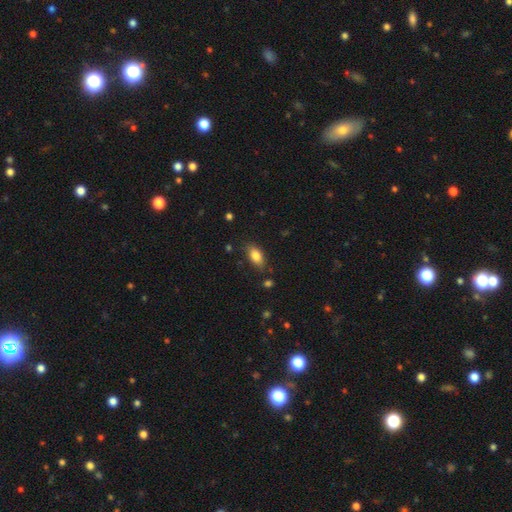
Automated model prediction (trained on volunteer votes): Smooth or featured? smooth (82%)
How rounded? in between (88%)
Merging? none (80%)